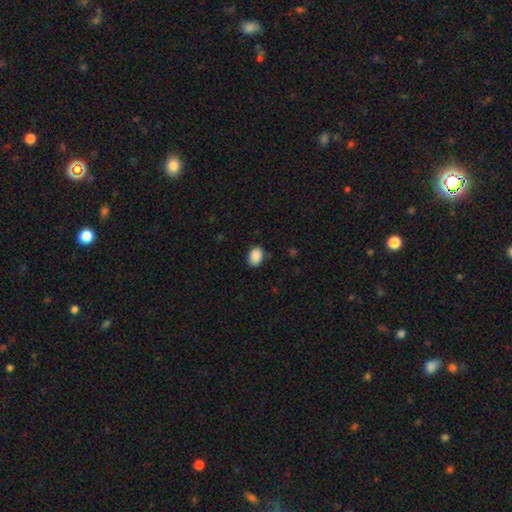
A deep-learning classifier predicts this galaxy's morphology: Smooth or featured: smooth — 89% (star or artifact — 8%)
How rounded: in between — 72% (round — 27%)
Merging: none — 82% (minor disturbance — 14%)